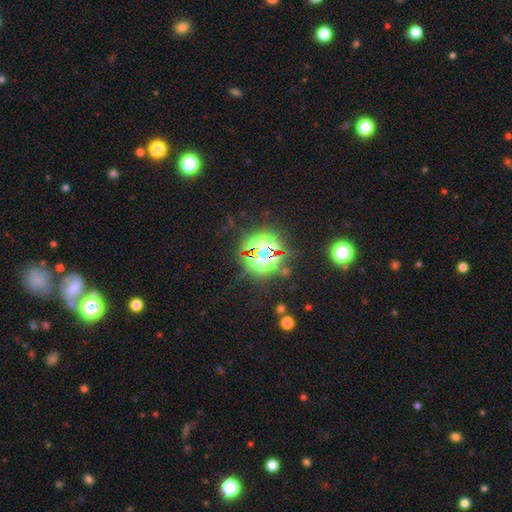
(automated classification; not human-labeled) smooth-or-featured: star or artifact: 78% | smooth: 13% | featured or disk: 9%